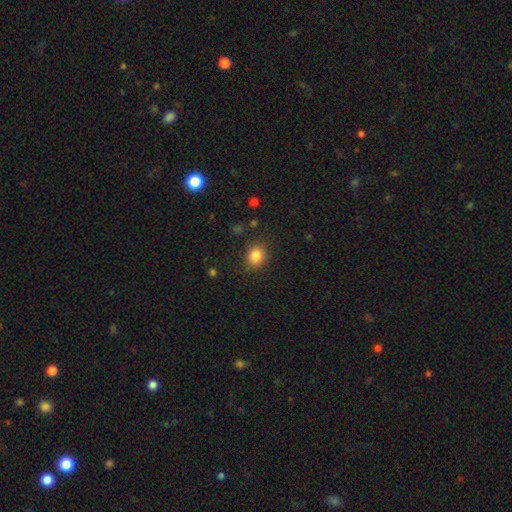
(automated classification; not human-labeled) Smooth or featured? smooth (85%)
How rounded? round (71%)
Merging? none (86%)